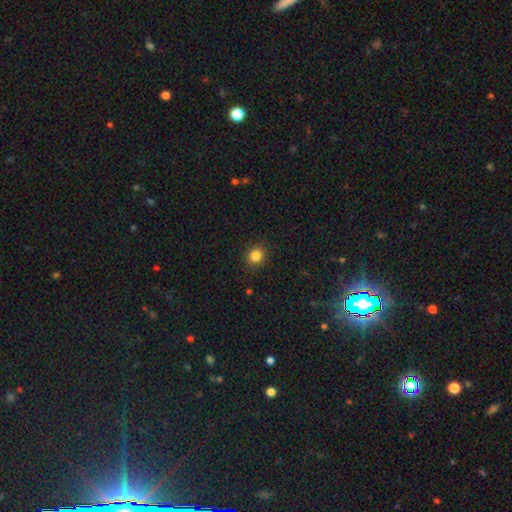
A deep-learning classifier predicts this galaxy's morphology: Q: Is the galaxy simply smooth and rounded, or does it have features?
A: smooth — 84%.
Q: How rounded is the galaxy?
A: round — 80%.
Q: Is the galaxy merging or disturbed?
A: none — 90%.